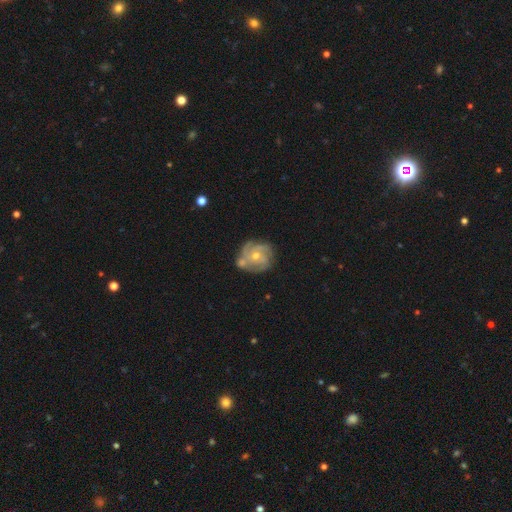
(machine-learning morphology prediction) Smooth or featured? featured or disk (80%)
Edge-on disk? no (98%)
Bar? no (73%)
Spiral arms? yes (93%)
Spiral winding? tight (60%)
Spiral arm count? 3 (40%)
Bulge size? small (50%)
Merging? none (63%)